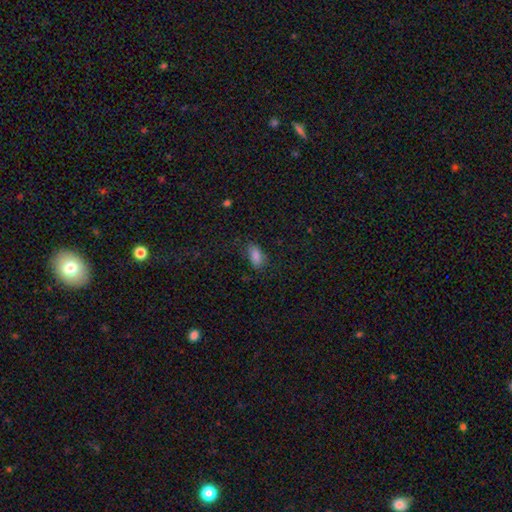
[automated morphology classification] Smooth or featured? Predicted: smooth (p=0.83). How rounded? Predicted: in between (p=0.90). Merging? Predicted: none (p=0.73).